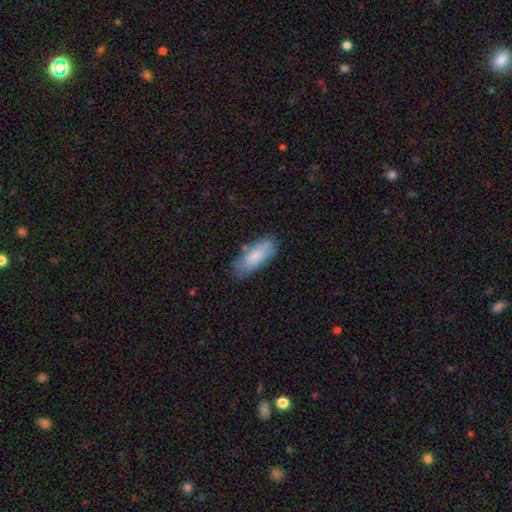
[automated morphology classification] Overall: smooth (77%). How rounded: in between (74%). Merging: none (65%; minor disturbance 26%).